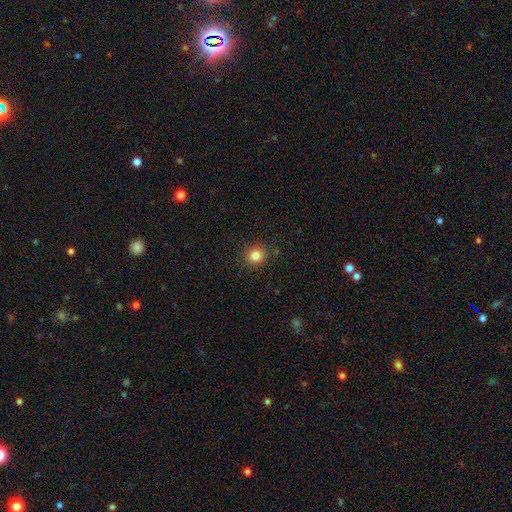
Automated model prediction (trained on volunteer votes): smooth_or_featured: smooth (p=0.83) [alt: star or artifact p=0.12]
how_rounded: round (p=0.90) [alt: in between p=0.09]
merging: none (p=0.89) [alt: minor disturbance p=0.08]